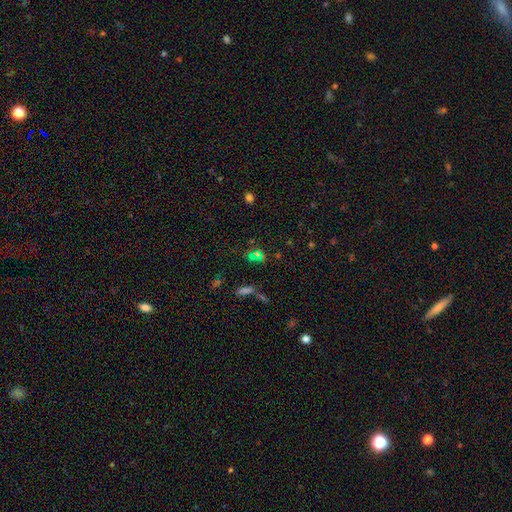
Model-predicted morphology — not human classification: Smooth or featured? Predicted: star or artifact (p=0.46).